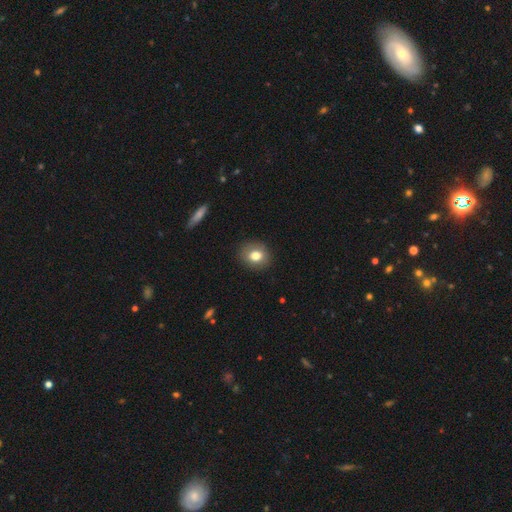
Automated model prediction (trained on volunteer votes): smooth-or-featured: smooth: 79% | featured or disk: 12% | star or artifact: 9%
  how-rounded: round: 63% | in between: 36% | cigar-shaped: 1%
  merging: none: 87% | minor disturbance: 9% | major disturbance: 2% | merger: 1%